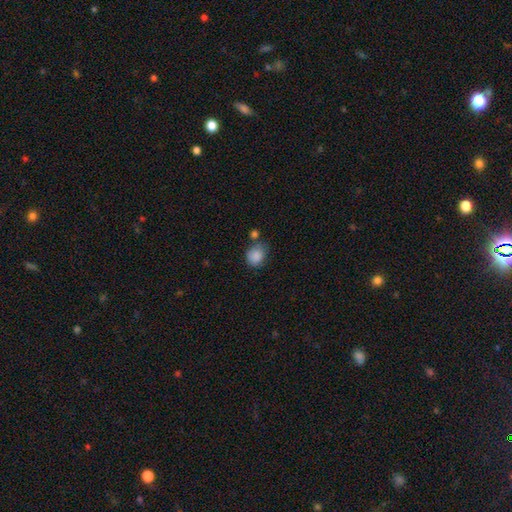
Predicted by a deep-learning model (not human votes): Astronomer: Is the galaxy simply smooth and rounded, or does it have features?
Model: smooth — 87%.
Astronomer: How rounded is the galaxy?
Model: round — 68%.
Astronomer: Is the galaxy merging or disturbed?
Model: none — 59%.